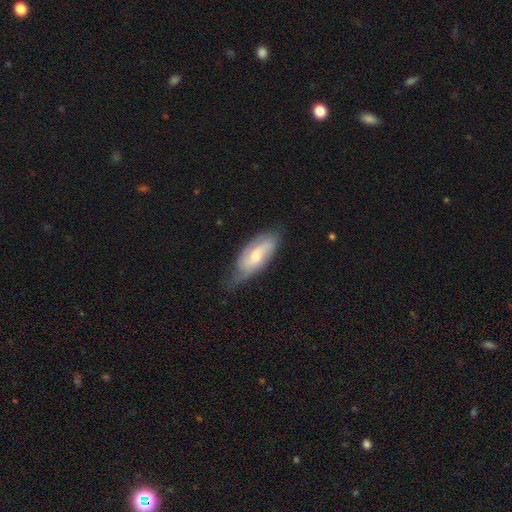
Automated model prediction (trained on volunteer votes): A featured or disk galaxy (52%).

Vote fractions:
- Smooth or featured? featured or disk: 52% / smooth: 42% / star or artifact: 6%
- Edge-on disk? no: 85% / yes: 15%
- Merging? none: 55% / minor disturbance: 35% / major disturbance: 9% / merger: 2%